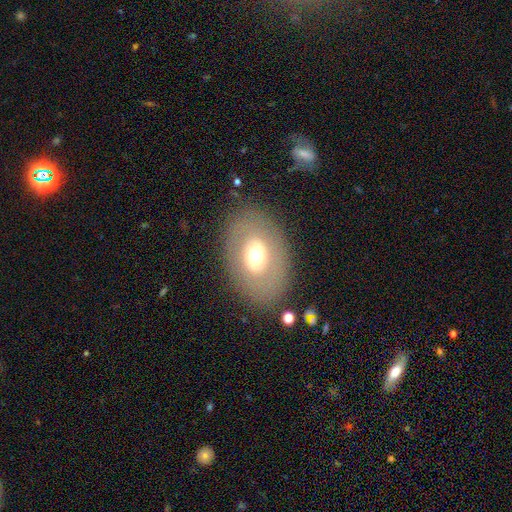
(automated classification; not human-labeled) Overall: smooth (54%; featured or disk 36%). How rounded: in between (78%). Merging: none (83%).